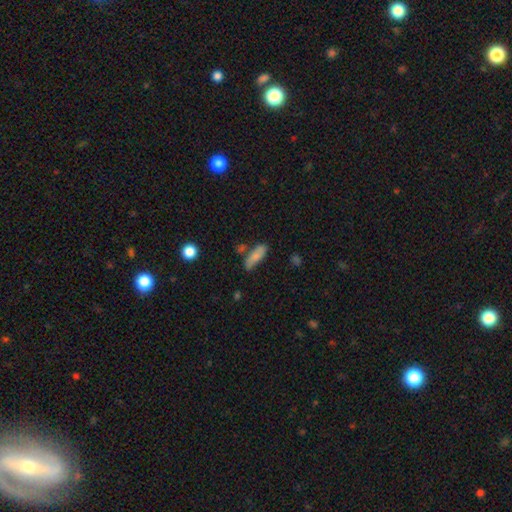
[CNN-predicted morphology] Smooth or featured? smooth (78%)
How rounded? in between (61%)
Merging? none (60%)